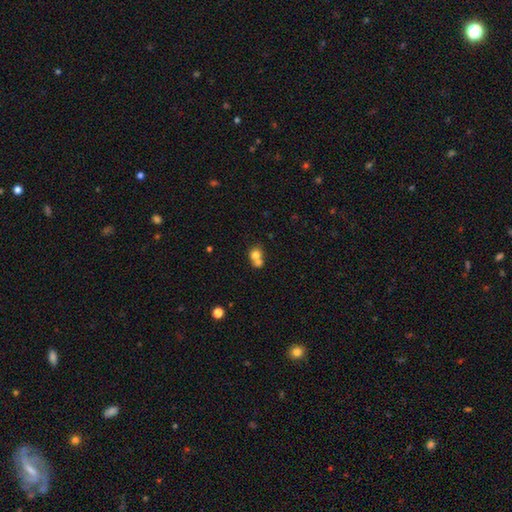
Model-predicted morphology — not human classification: smooth_or_featured: smooth (p=0.73) [alt: featured or disk p=0.16]
how_rounded: round (p=0.72) [alt: in between p=0.27]
merging: merger (p=0.62) [alt: none p=0.29]